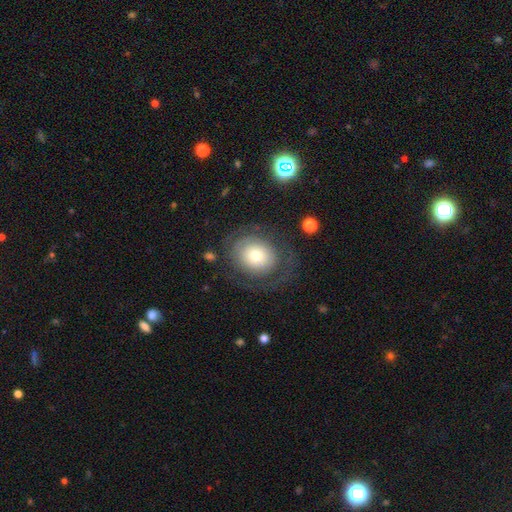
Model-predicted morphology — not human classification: Overall: smooth (50%; featured or disk 41%). How rounded: round (64%; in between 35%). Merging: none (64%).